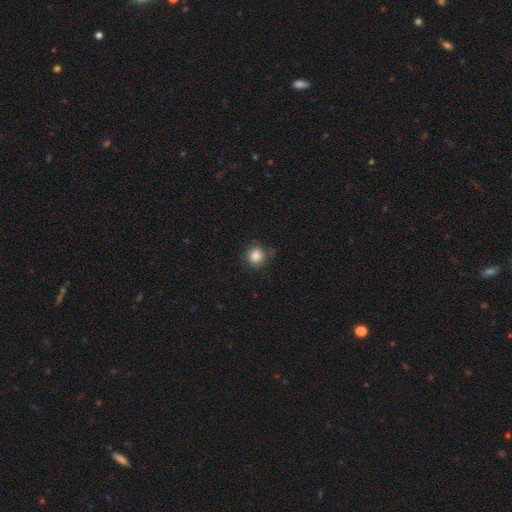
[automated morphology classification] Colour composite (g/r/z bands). It shows a smooth galaxy with no disk features (85%) that is round (90%). Merging: none (79%).